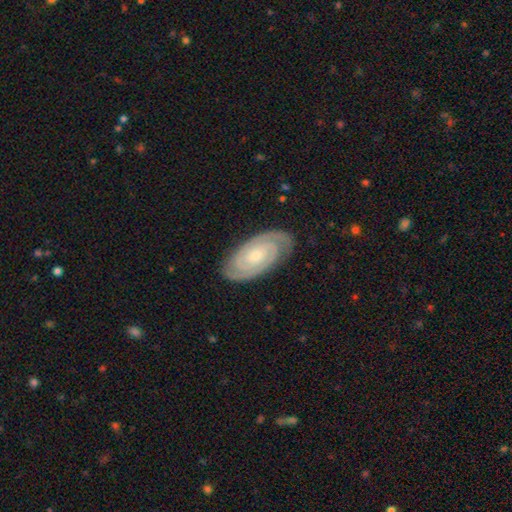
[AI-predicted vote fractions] Morphology: type=featured or disk (89%); edge-on=no (96%); bar=no (67%); spiral arms=yes (98%); winding=tight (80%); arm count=2 (83%); bulge=small (61%); merging=none (85%).